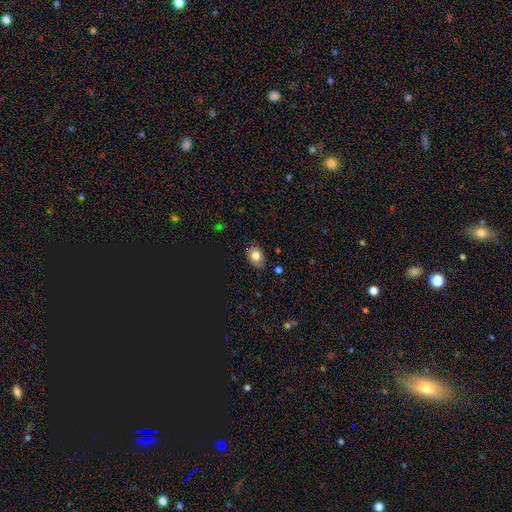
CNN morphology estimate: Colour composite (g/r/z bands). It shows a smooth galaxy with no disk features (79%) that is in between round and cigar-shaped (70%). Merging: none (80%).